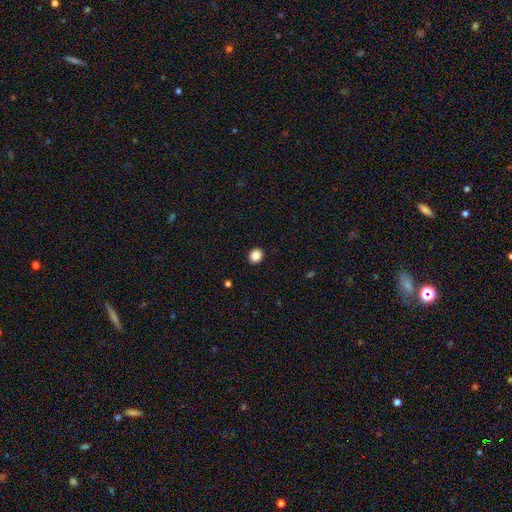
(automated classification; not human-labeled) Smooth or featured? Predicted: smooth (p=0.87). How rounded? Predicted: round (p=0.82). Merging? Predicted: none (p=0.92).